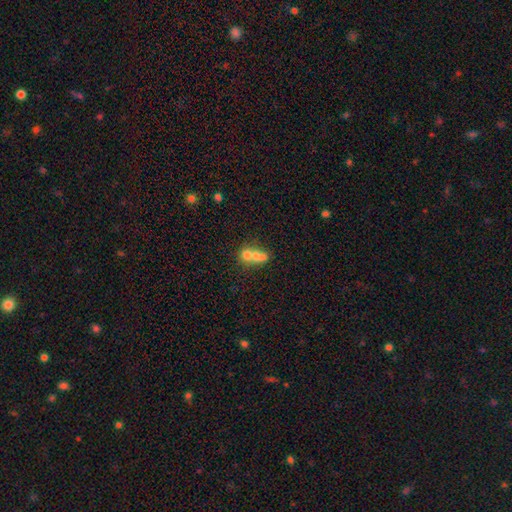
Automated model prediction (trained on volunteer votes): This appears to be a smooth galaxy with no disk features (64%) that is in between round and cigar-shaped (50%). Merging: merger (69%).